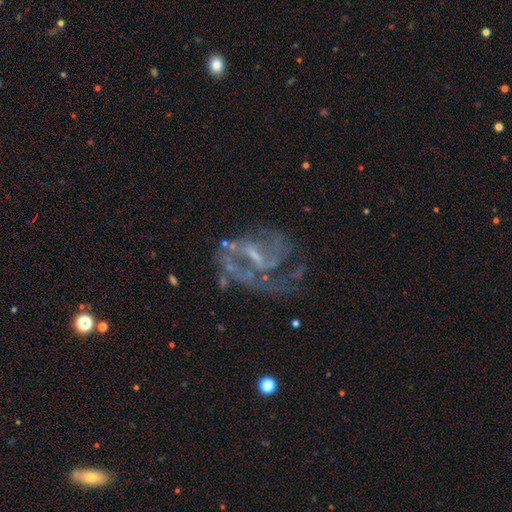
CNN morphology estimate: Smooth or featured? Predicted: featured or disk (p=0.83). Edge-on disk? Predicted: no (p=0.97). Bar? Predicted: weak (p=0.51). Spiral arms? Predicted: yes (p=0.84). Spiral winding? Predicted: medium (p=0.47). Spiral arm count? Predicted: 2 (p=0.47). Bulge size? Predicted: small (p=0.49). Merging? Predicted: none (p=0.45).